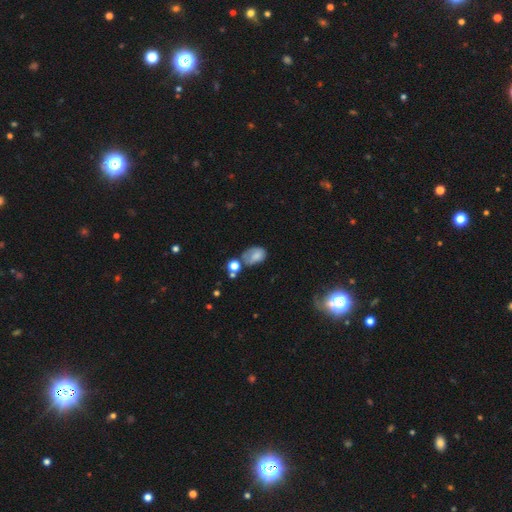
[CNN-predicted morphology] Overall: smooth (68%). How rounded: in between (82%). Merging: none (33%; minor disturbance 30%).